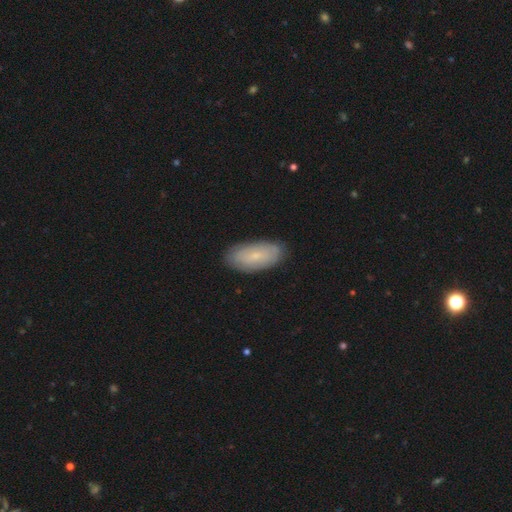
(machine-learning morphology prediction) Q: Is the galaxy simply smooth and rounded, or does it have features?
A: smooth — 57%.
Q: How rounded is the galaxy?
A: in between — 90%.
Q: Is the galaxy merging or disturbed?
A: none — 85%.